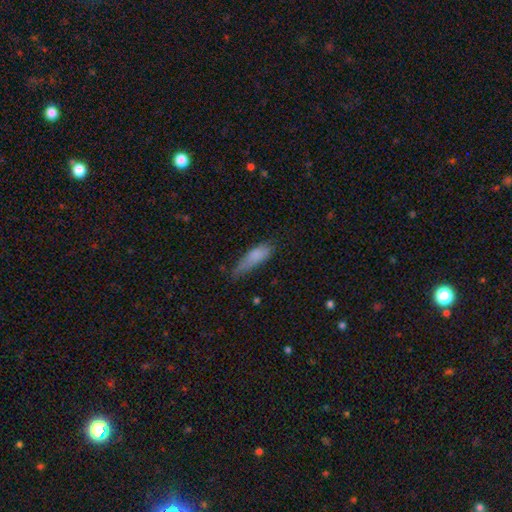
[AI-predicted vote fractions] This is likely a smooth galaxy (78%). How rounded: possibly cigar-shaped (60%). Merging: marginally none (44%).